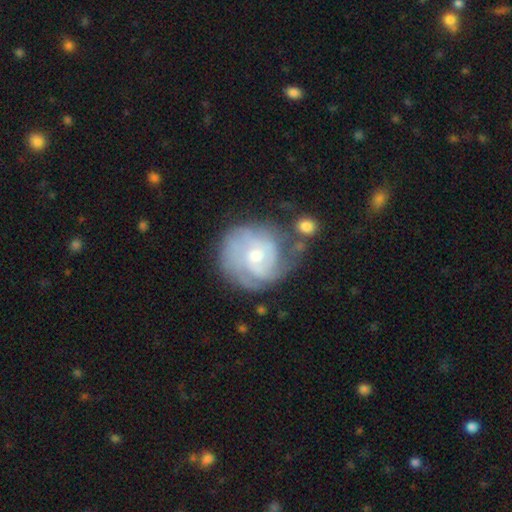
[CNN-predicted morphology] Smooth or featured? featured or disk (75%)
Edge-on disk? no (98%)
Bar? no (71%)
Spiral arms? yes (88%)
Spiral winding? tight (61%)
Spiral arm count? can't tell (39%)
Bulge size? moderate (50%)
Merging? none (55%)